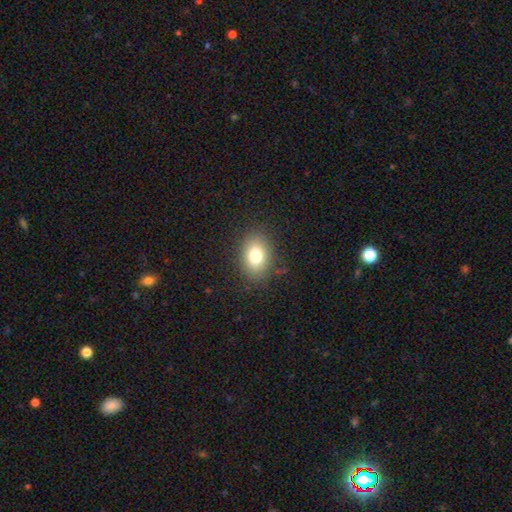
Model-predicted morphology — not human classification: Q: Smooth or featured?
A: smooth (78%); runner-up: star or artifact (11%)
Q: How rounded?
A: in between (74%); runner-up: round (24%)
Q: Merging?
A: none (85%); runner-up: minor disturbance (10%)